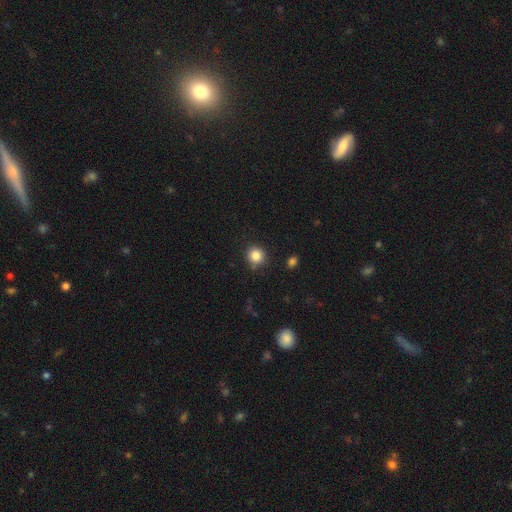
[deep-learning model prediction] The model was most divided on "smooth or featured": smooth: 85%, star or artifact: 11%, featured or disk: 4%. More confident: how rounded — round (91%); merging — none (84%).